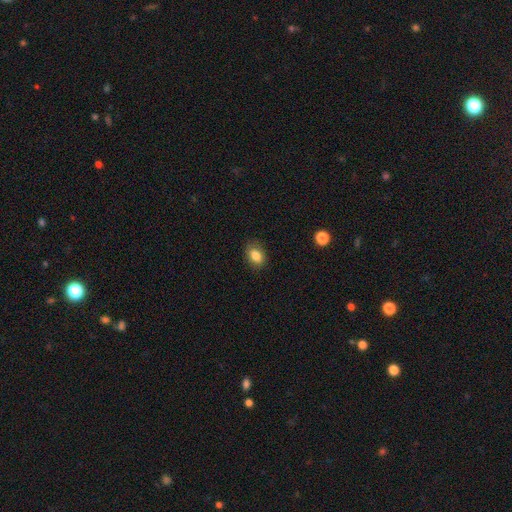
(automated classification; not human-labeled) This is clearly a smooth galaxy (84%). How rounded: likely in between (77%). Merging: clearly none (84%).